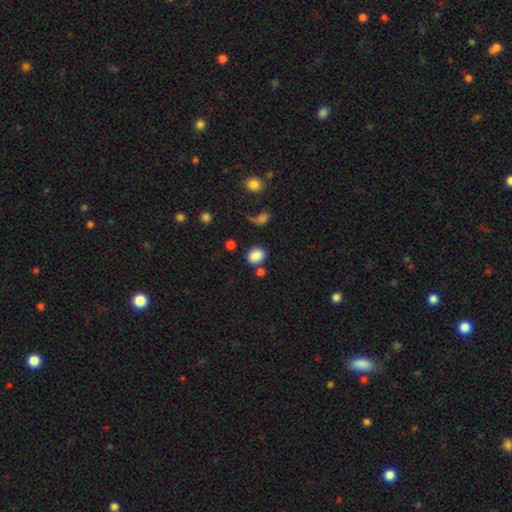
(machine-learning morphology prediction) This appears to be a smooth galaxy with no disk features (85%) that is round (52%). Merging: none (73%).